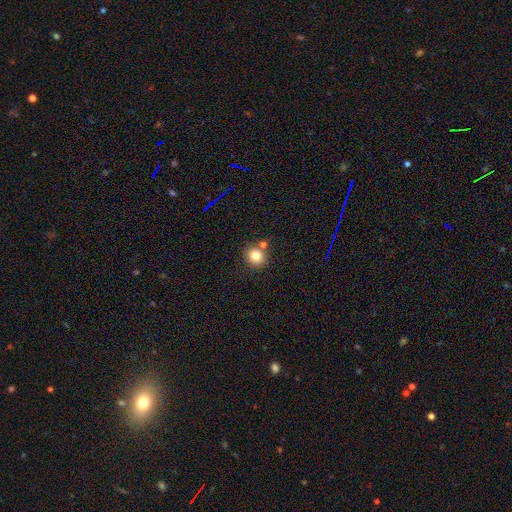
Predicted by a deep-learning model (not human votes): The model was most divided on "merging": none: 75%, merger: 14%, minor disturbance: 9%, major disturbance: 2%. More confident: how rounded — round (82%); smooth or featured — smooth (81%).